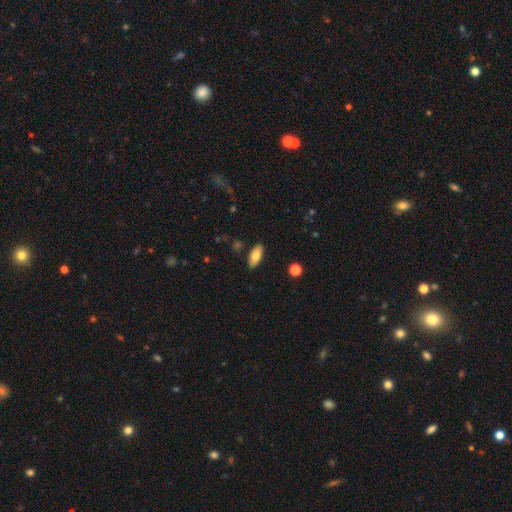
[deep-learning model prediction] smooth-or-featured: smooth: 80% | featured or disk: 13% | star or artifact: 7%
  how-rounded: in between: 85% | cigar-shaped: 13% | round: 2%
  merging: none: 87% | minor disturbance: 9% | major disturbance: 2% | merger: 2%